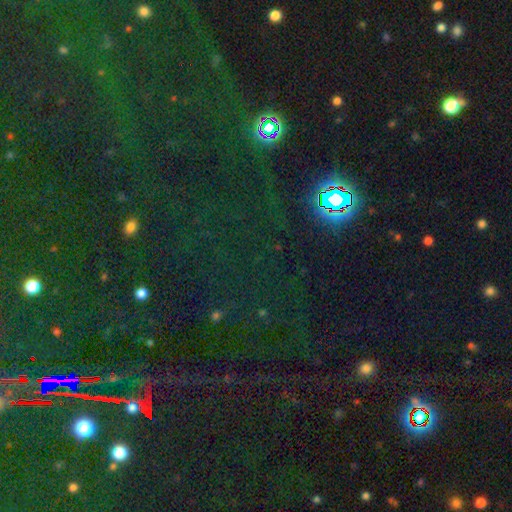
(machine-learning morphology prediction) smooth_or_featured: star or artifact (p=0.81) [alt: smooth p=0.12]